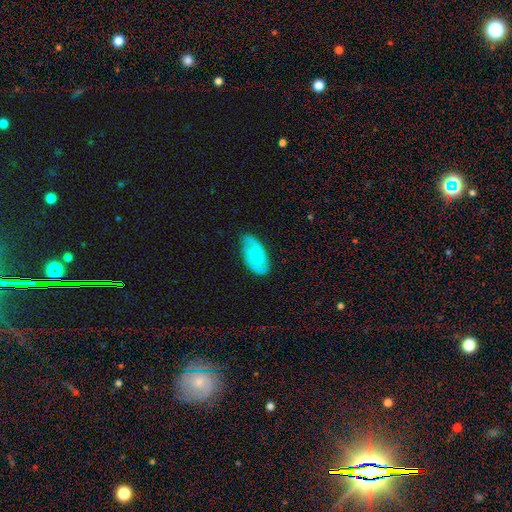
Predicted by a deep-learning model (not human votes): smooth-or-featured: featured or disk: 64% | smooth: 29% | star or artifact: 7%
  disk-edge-on: no: 95% | yes: 5%
    bar: weak: 47% | no: 44% | strong: 9%
    has-spiral-arms: yes: 91% | no: 9%
      spiral-winding: medium: 44% | tight: 41% | loose: 14%
      spiral-arm-count: 2: 82% | can't tell: 12% | 1: 3% | 3: 2% | 4: 1% | more than 4: 1%
    bulge-size: small: 54% | moderate: 28% | none: 15% | large: 2% | dominant: 1%
  merging: none: 80% | minor disturbance: 16% | major disturbance: 3% | merger: 1%